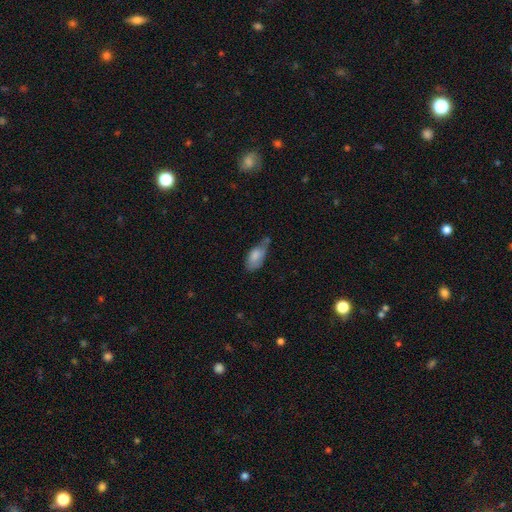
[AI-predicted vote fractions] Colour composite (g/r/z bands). It shows a smooth galaxy with no disk features (77%) that is in between round and cigar-shaped (89%). Merging: minor disturbance (40%).